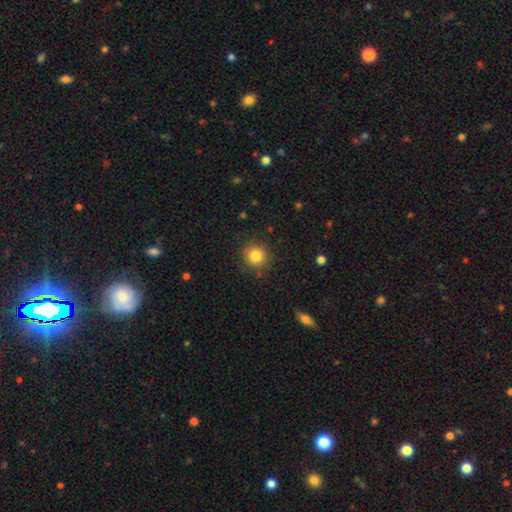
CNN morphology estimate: Smooth or featured?
  - smooth: 83% *
  - star or artifact: 11%
  - featured or disk: 6%
How rounded?
  - round: 90% *
  - in between: 9%
  - cigar-shaped: 1%
Merging?
  - none: 86% *
  - minor disturbance: 9%
  - major disturbance: 3%
  - merger: 2%